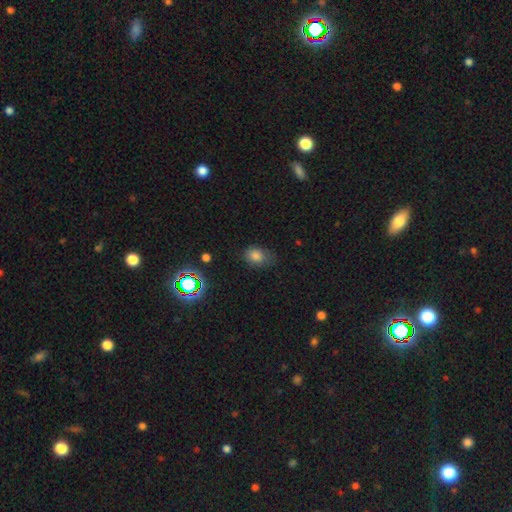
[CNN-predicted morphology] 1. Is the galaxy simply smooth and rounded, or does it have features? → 78% smooth, 15% star or artifact, 7% featured or disk.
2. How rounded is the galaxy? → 69% in between, 29% round, 1% cigar-shaped.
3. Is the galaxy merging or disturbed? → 64% none, 26% minor disturbance, 8% major disturbance, 2% merger.